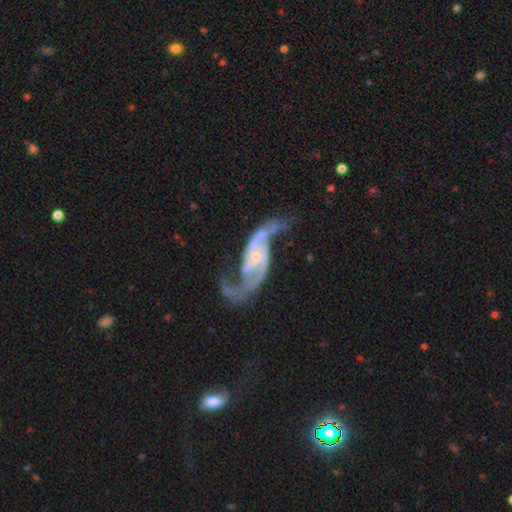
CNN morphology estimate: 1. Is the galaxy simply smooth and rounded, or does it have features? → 91% featured or disk, 5% star or artifact, 4% smooth.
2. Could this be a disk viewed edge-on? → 96% no, 4% yes.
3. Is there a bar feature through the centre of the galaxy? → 52% no, 33% weak, 15% strong.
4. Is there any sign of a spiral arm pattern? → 96% yes, 4% no.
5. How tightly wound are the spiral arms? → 58% loose, 33% medium, 8% tight.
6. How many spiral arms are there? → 91% 2, 3% 1, 3% can't tell, 2% 3, 1% 4, 1% more than 4.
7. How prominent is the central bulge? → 73% small, 17% moderate, 8% none, 2% large, 1% dominant.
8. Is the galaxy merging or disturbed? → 50% none, 24% major disturbance, 18% minor disturbance, 8% merger.